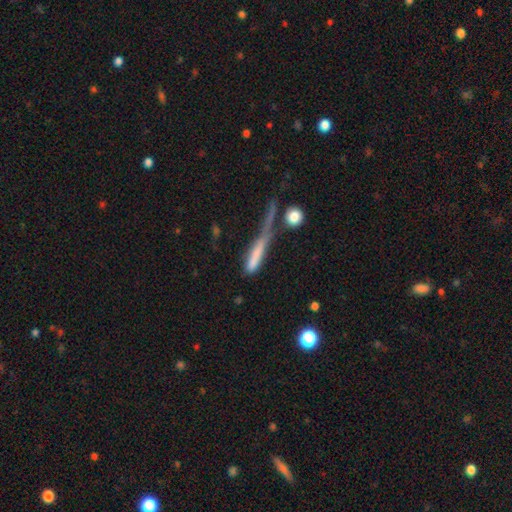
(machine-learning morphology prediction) type=smooth (66%); roundness=cigar-shaped (80%); merging=none (31%).